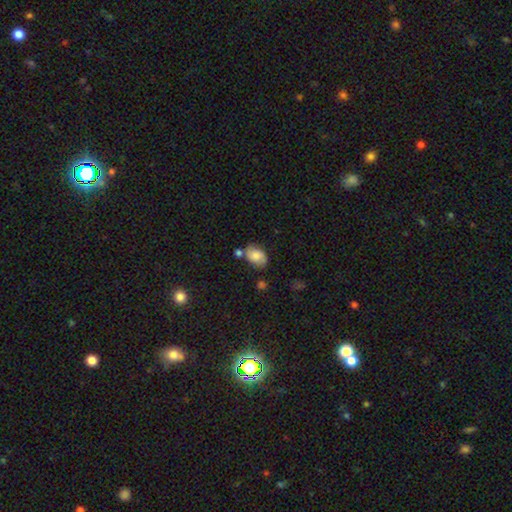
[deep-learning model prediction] smooth 67%, featured or disk 24%, star or artifact 8%. Down the decision tree: how rounded — in between (82%); merging — none (61%).